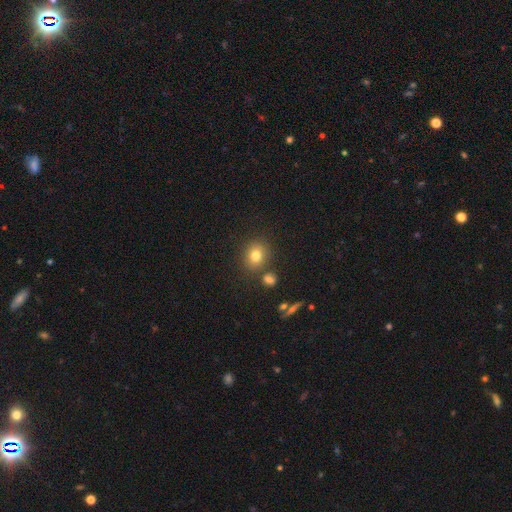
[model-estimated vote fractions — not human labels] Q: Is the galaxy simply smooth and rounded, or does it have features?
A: smooth — 79%.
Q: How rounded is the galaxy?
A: round — 69%.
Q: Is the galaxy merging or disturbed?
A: none — 78%.